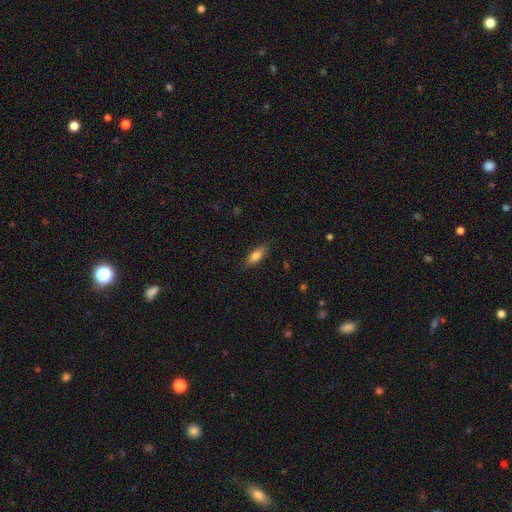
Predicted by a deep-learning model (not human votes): The model was most divided on "how rounded": in between: 65%, cigar-shaped: 32%, round: 2%. More confident: merging — none (84%); smooth or featured — smooth (79%).